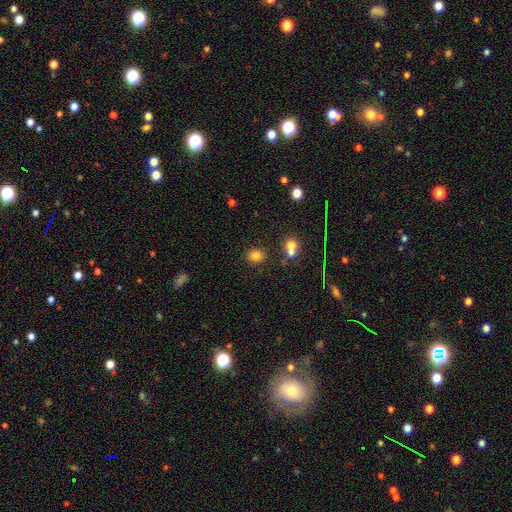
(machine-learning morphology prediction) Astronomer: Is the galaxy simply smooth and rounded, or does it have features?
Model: smooth — 80%.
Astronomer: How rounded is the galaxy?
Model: round — 65%.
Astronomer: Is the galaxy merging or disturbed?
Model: none — 79%.